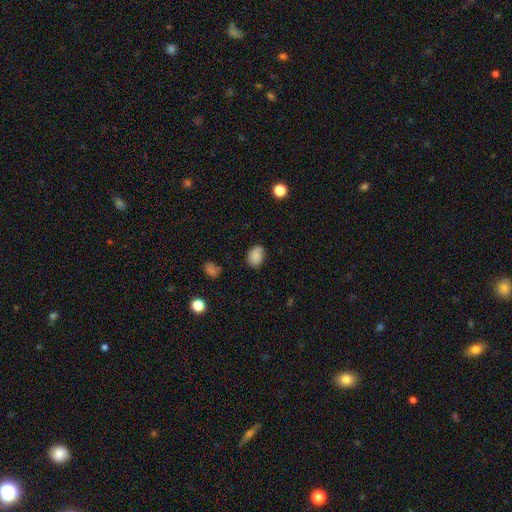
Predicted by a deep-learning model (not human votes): Smooth or featured? Predicted: smooth (p=0.82). How rounded? Predicted: in between (p=0.69). Merging? Predicted: none (p=0.69).